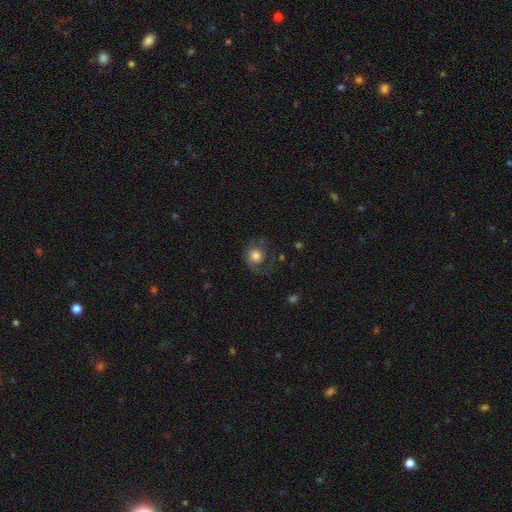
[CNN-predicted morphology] smooth-or-featured: smooth: 58% | featured or disk: 34% | star or artifact: 9%
  how-rounded: round: 74% | in between: 25% | cigar-shaped: 1%
  merging: none: 52% | major disturbance: 25% | minor disturbance: 22% | merger: 2%